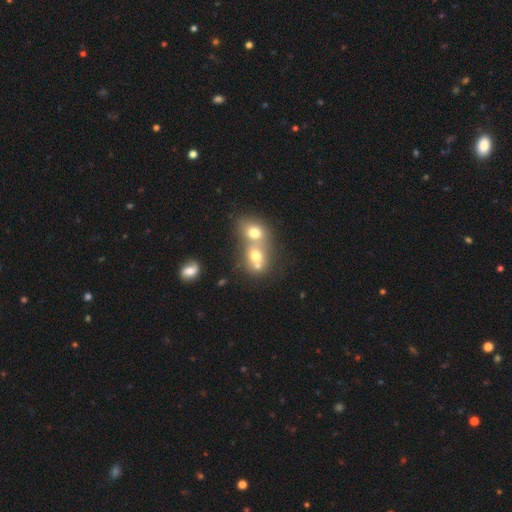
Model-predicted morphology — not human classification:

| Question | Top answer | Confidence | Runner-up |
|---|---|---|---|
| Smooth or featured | smooth | 66% | featured or disk (20%) |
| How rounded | round | 63% | in between (36%) |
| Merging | merger | 67% | none (24%) |